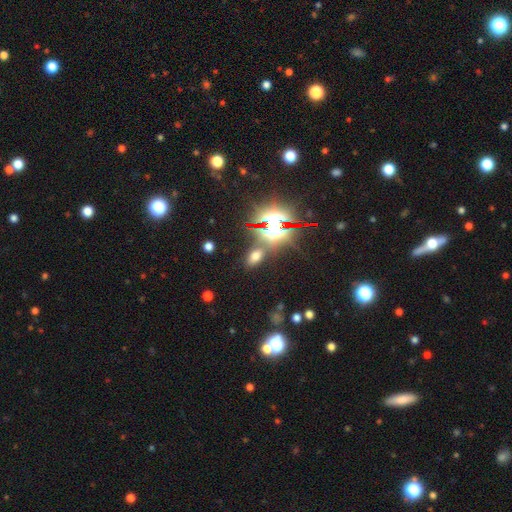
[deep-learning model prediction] Morphology: type=smooth (53%); roundness=in between (86%); merging=none (80%).